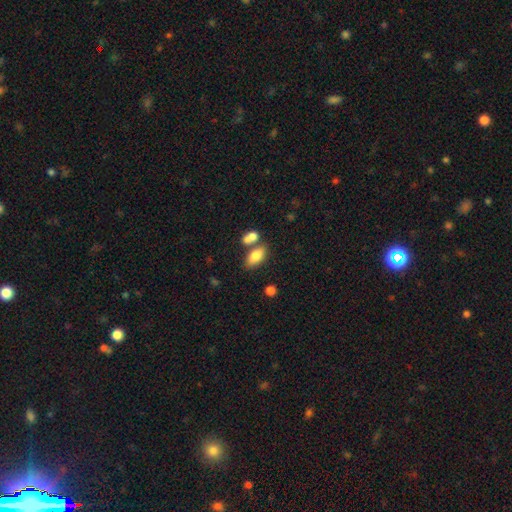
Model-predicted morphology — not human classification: This is clearly a smooth galaxy (81%). How rounded: clearly in between (88%). Merging: possibly none (53%).